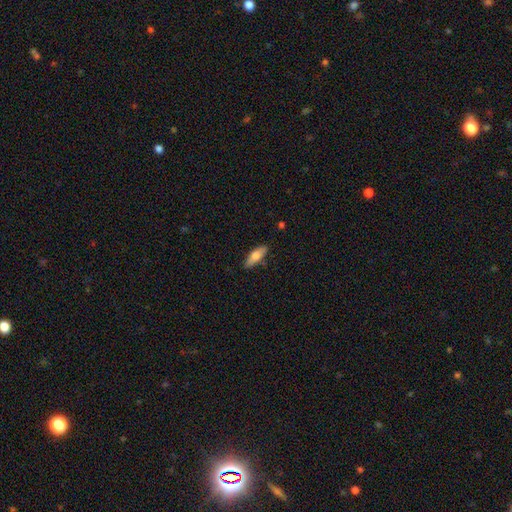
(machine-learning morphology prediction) Smooth or featured? smooth (71%)
How rounded? in between (59%)
Merging? none (83%)